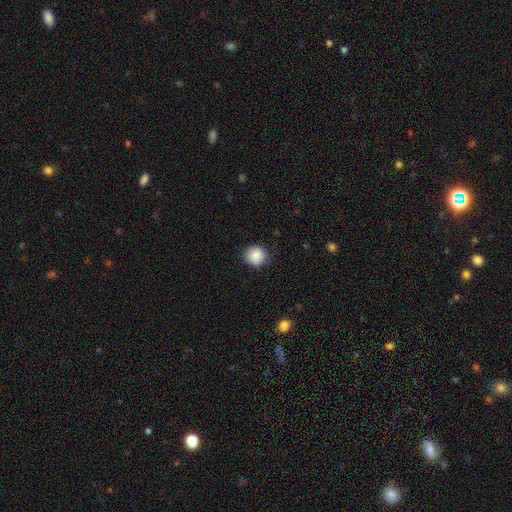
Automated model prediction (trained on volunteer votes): Smooth or featured? Predicted: smooth (p=0.88). How rounded? Predicted: round (p=0.92). Merging? Predicted: none (p=0.86).